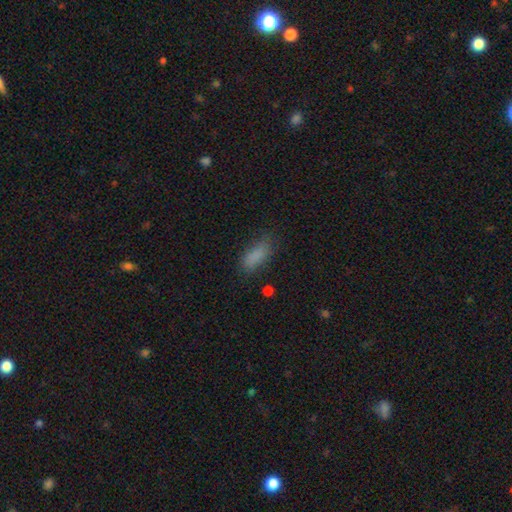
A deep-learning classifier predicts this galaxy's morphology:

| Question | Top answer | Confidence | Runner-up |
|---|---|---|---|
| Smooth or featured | smooth | 82% | star or artifact (11%) |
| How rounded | in between | 74% | cigar-shaped (23%) |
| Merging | none | 65% | minor disturbance (24%) |